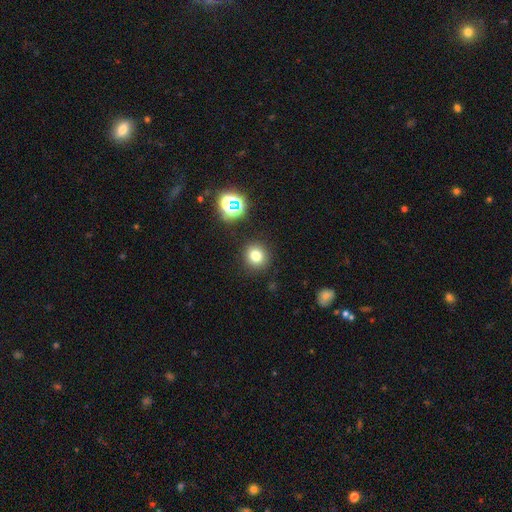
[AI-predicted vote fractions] A smooth galaxy with no disk features (76%) that is round (88%). Merging: none (89%).